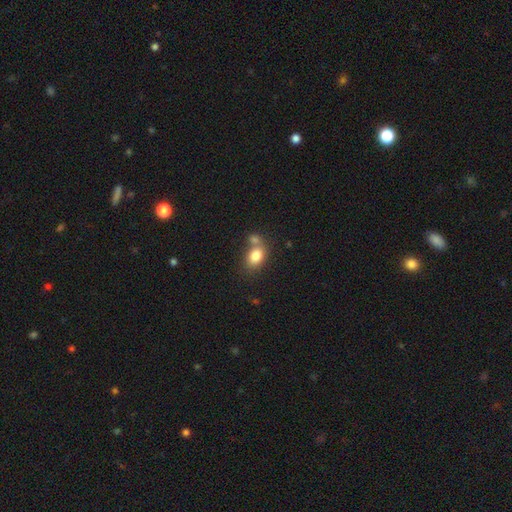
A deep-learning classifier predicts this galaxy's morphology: Overall: smooth (81%). How rounded: in between (71%). Merging: none (47%; merger 36%).